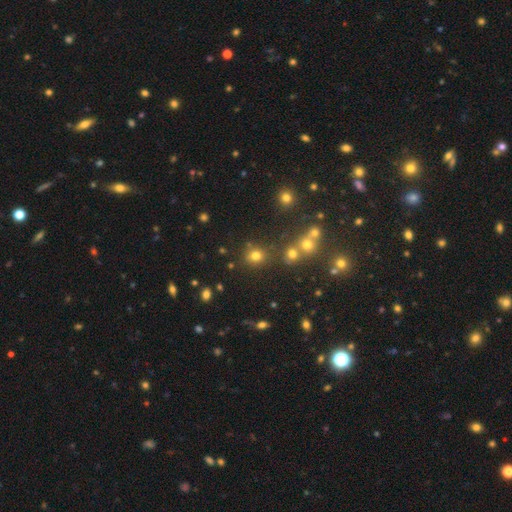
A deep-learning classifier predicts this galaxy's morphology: The model was most divided on "smooth or featured": smooth: 71%, star or artifact: 21%, featured or disk: 8%. More confident: how rounded — round (80%); merging — none (76%).